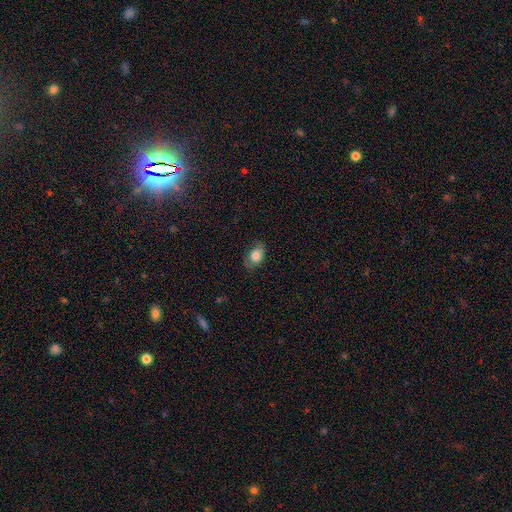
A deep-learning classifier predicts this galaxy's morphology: A smooth galaxy with no disk features (78%) that is in between round and cigar-shaped (78%). Merging: none (70%).